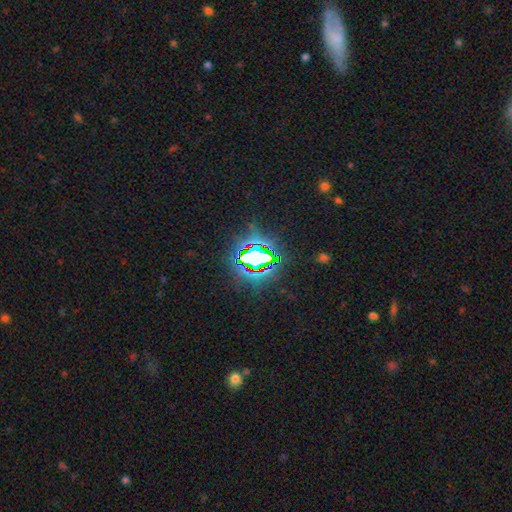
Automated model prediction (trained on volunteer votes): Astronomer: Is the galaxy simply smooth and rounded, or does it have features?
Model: star or artifact — 77%.